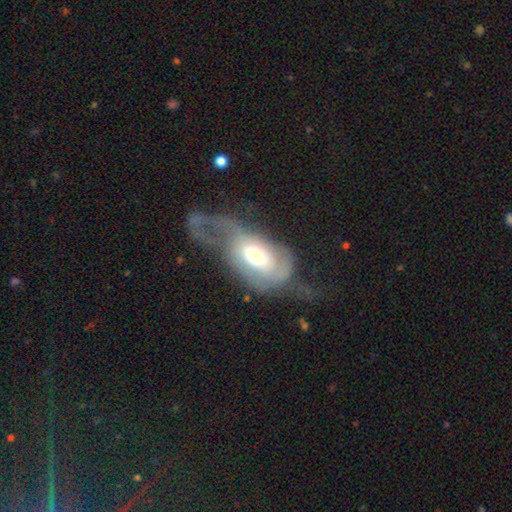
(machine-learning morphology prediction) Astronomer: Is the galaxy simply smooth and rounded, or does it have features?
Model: featured or disk — 51% (runner-up: smooth, 42%).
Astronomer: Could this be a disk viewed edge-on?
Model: no — 91%.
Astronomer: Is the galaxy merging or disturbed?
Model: major disturbance — 63%.